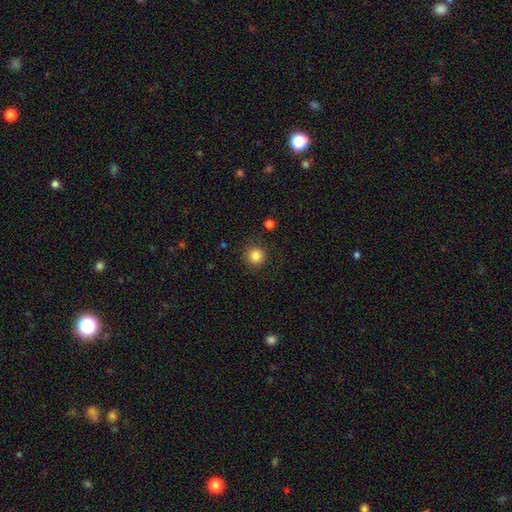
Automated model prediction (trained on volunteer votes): Smooth or featured: smooth — 84% (star or artifact — 11%)
How rounded: round — 93% (in between — 6%)
Merging: none — 87% (minor disturbance — 8%)